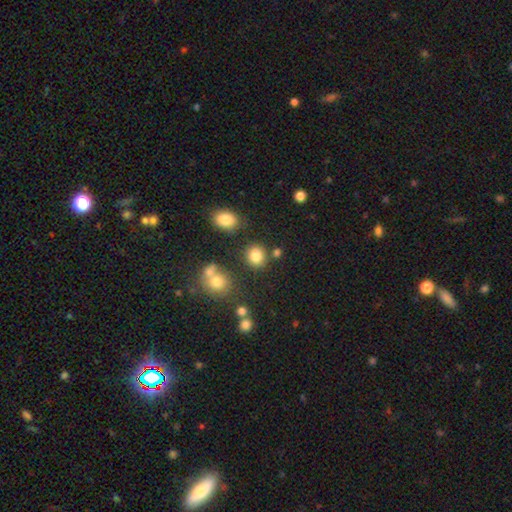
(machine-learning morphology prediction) This is clearly a smooth galaxy (82%). How rounded: likely round (80%). Merging: likely none (79%).